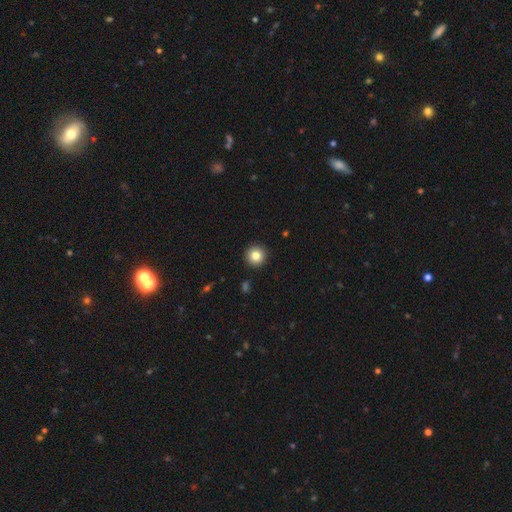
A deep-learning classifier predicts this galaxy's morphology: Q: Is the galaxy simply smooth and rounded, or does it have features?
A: smooth — 84%.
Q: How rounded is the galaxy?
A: round — 96%.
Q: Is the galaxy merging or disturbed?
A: none — 93%.